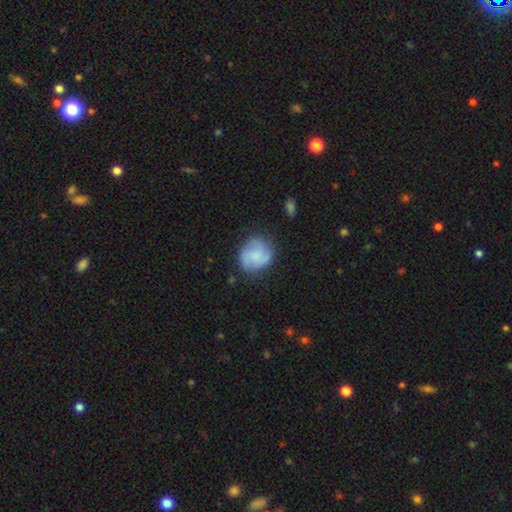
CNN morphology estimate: Smooth or featured? smooth (53%)
How rounded? round (78%)
Merging? none (69%)